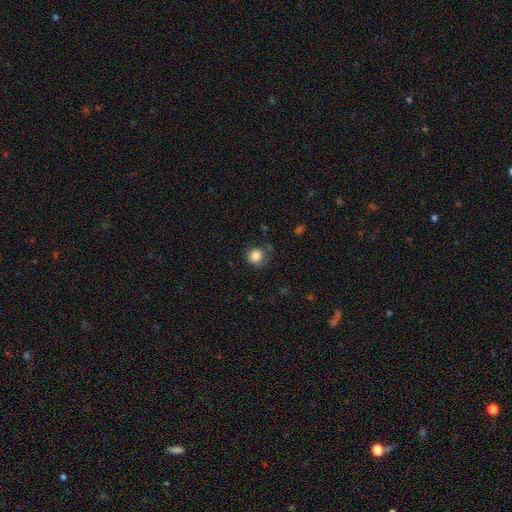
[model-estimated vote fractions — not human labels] smooth-or-featured: smooth: 85% | star or artifact: 10% | featured or disk: 6%
  how-rounded: round: 86% | in between: 13% | cigar-shaped: 1%
  merging: none: 66% | minor disturbance: 23% | major disturbance: 8% | merger: 3%